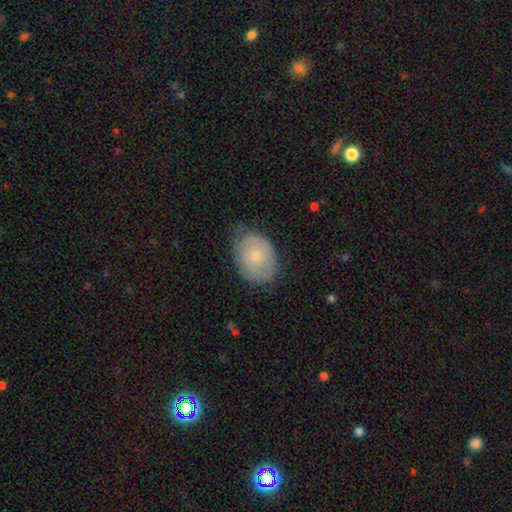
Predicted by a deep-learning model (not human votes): This is likely a smooth galaxy (62%). How rounded: likely in between (67%). Merging: likely none (64%).